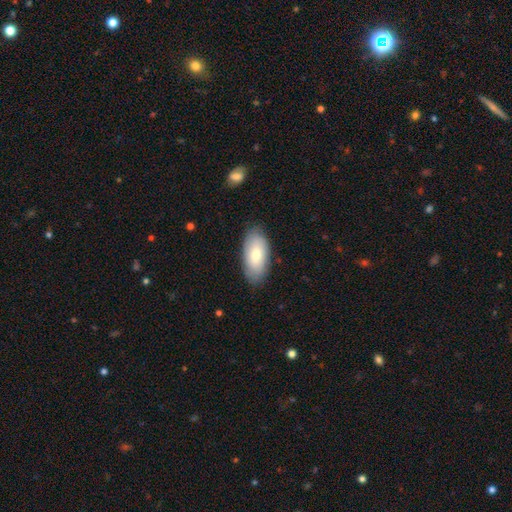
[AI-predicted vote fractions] smooth 74%, featured or disk 20%, star or artifact 6%. Down the decision tree: how rounded — in between (93%); merging — none (84%).